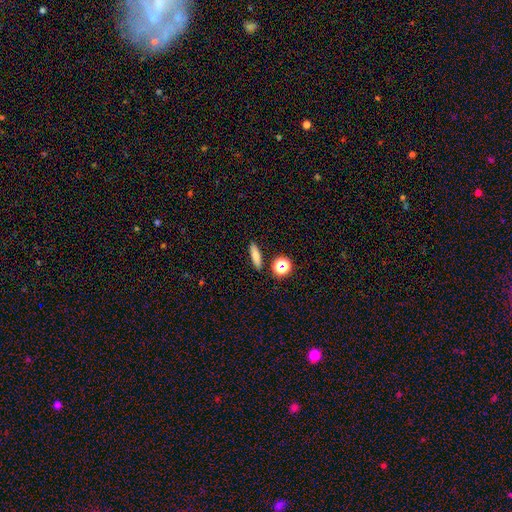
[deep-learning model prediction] Smooth or featured? smooth (78%)
How rounded? cigar-shaped (59%)
Merging? none (87%)